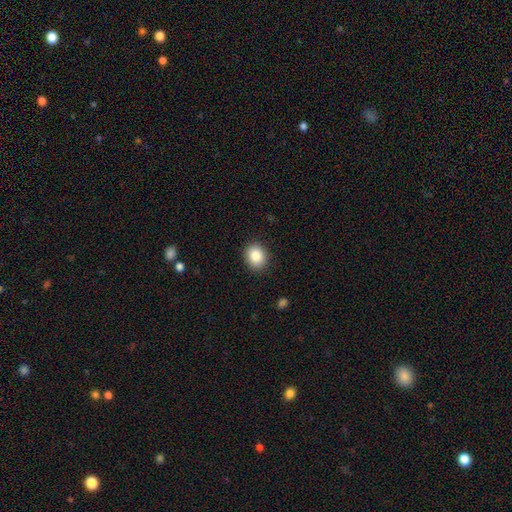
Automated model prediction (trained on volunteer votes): Smooth or featured?
  - smooth: 87% *
  - star or artifact: 8%
  - featured or disk: 5%
How rounded?
  - round: 58% *
  - in between: 41%
  - cigar-shaped: 1%
Merging?
  - none: 89% *
  - minor disturbance: 8%
  - major disturbance: 2%
  - merger: 1%